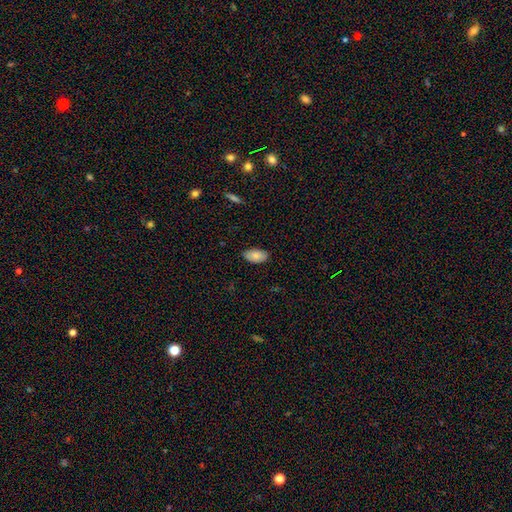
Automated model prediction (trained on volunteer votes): Smooth or featured? smooth (84%)
How rounded? in between (95%)
Merging? none (86%)